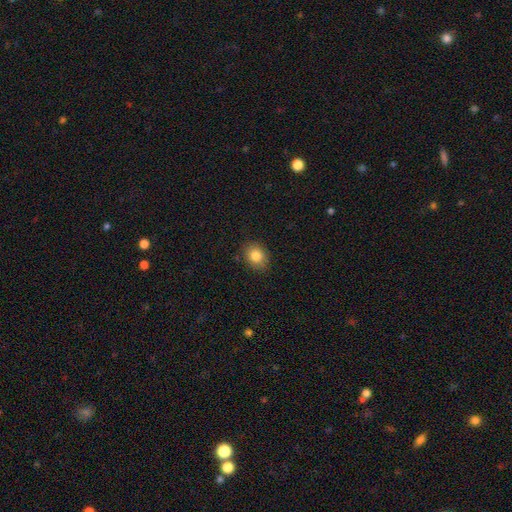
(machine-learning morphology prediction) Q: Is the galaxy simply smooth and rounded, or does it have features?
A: smooth — 83%.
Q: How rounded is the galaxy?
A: round — 51%.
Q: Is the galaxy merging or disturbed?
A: none — 85%.